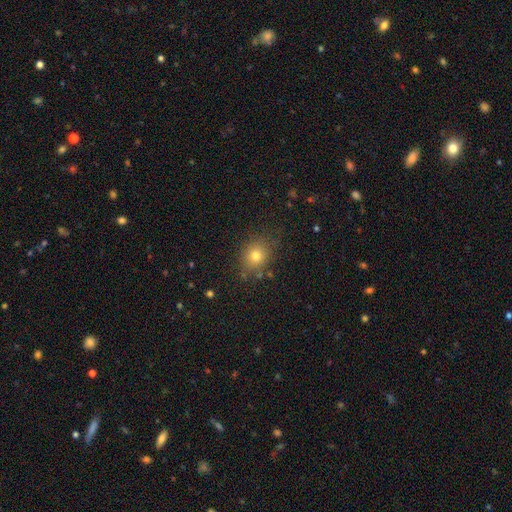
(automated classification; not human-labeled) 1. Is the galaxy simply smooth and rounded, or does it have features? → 76% smooth, 15% star or artifact, 9% featured or disk.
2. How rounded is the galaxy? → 67% round, 32% in between, 1% cigar-shaped.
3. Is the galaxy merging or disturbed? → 79% none, 13% minor disturbance, 4% major disturbance, 3% merger.